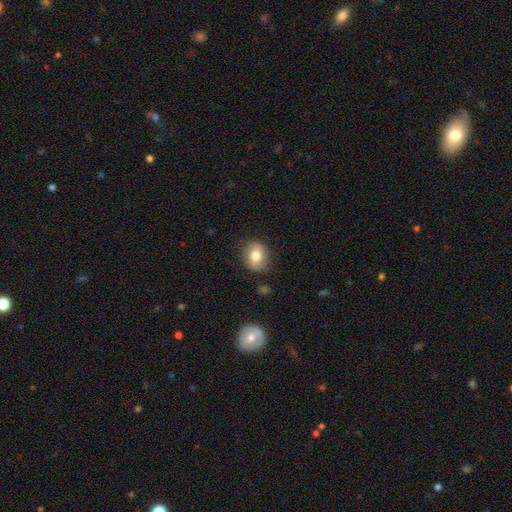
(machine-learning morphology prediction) A smooth galaxy with no disk features (73%) that is round (51%). Merging: none (82%).